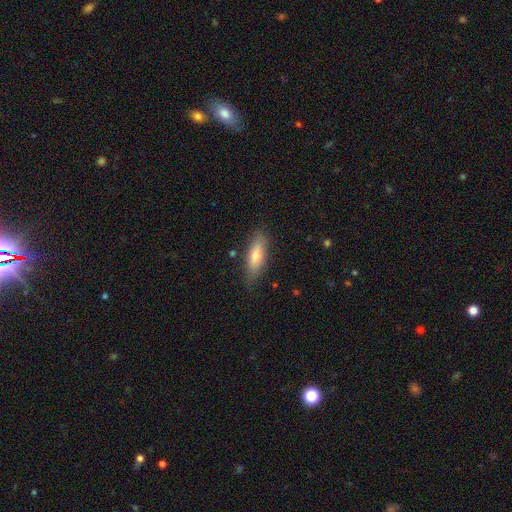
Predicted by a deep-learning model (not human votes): smooth 74%, featured or disk 20%, star or artifact 7%. Down the decision tree: how rounded — in between (50%); merging — none (80%).